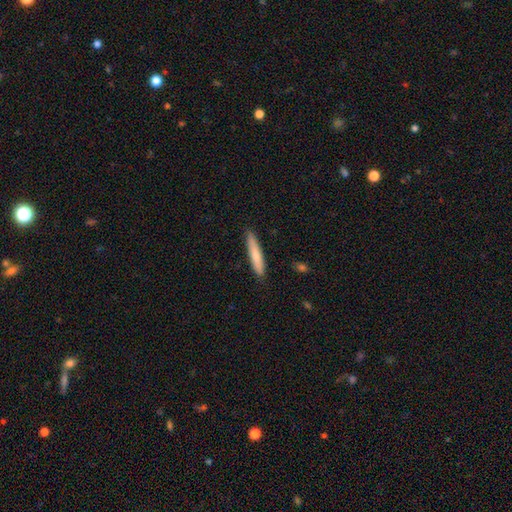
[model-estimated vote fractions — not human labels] Smooth or featured?
  - smooth: 74% *
  - featured or disk: 20%
  - star or artifact: 6%
How rounded?
  - cigar-shaped: 91% *
  - in between: 7%
  - round: 1%
Merging?
  - none: 87% *
  - minor disturbance: 10%
  - major disturbance: 2%
  - merger: 1%